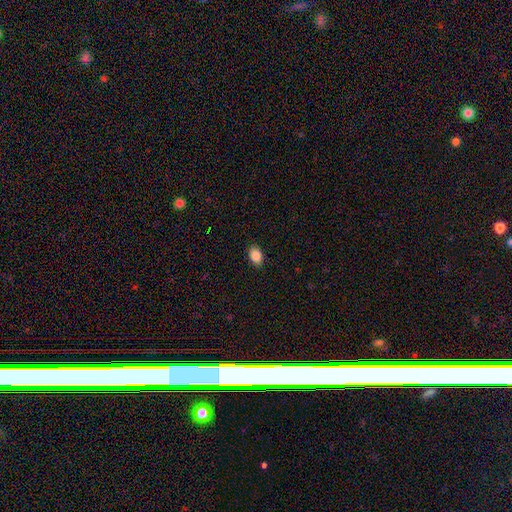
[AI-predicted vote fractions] Q: Smooth or featured?
A: smooth (87%); runner-up: star or artifact (8%)
Q: How rounded?
A: in between (83%); runner-up: round (16%)
Q: Merging?
A: none (89%); runner-up: minor disturbance (8%)